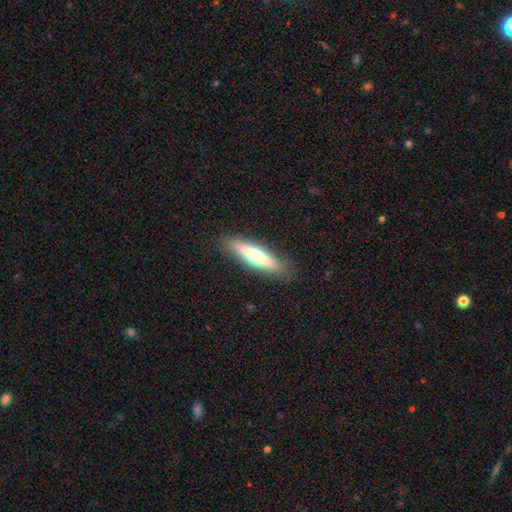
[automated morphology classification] smooth 61%, featured or disk 33%, star or artifact 6%. Down the decision tree: how rounded — cigar-shaped (75%); merging — none (88%).